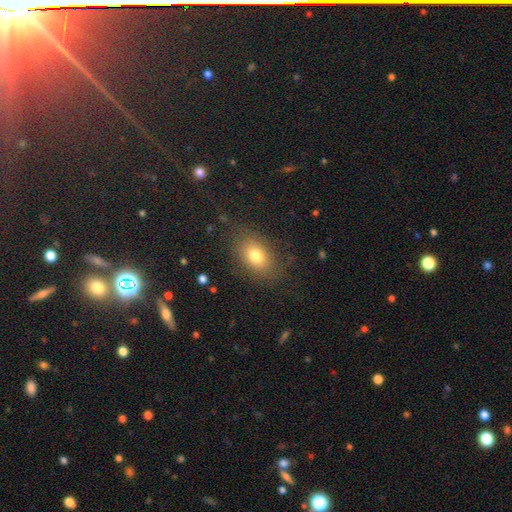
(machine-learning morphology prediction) Overall: smooth (76%). How rounded: in between (79%). Merging: none (80%).